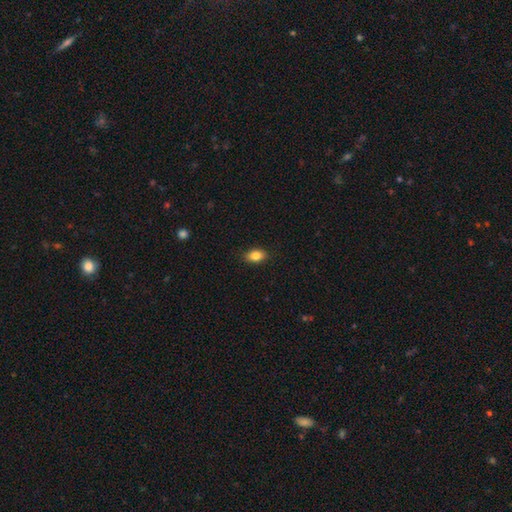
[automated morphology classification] A smooth galaxy with no disk features (84%) that is in between round and cigar-shaped (85%). Merging: none (88%).